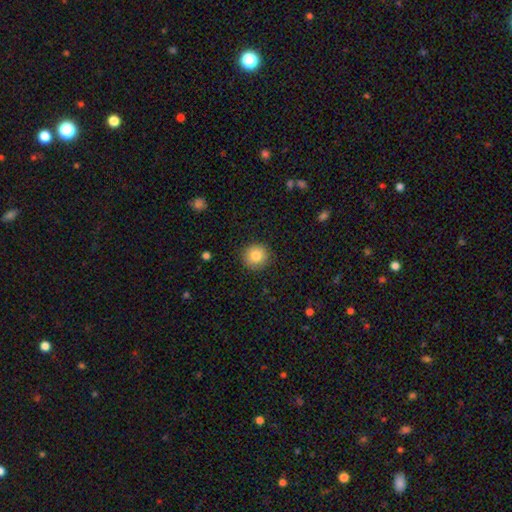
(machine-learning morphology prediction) Smooth or featured: smooth — 83% (star or artifact — 10%)
How rounded: round — 94% (in between — 5%)
Merging: none — 90% (minor disturbance — 7%)